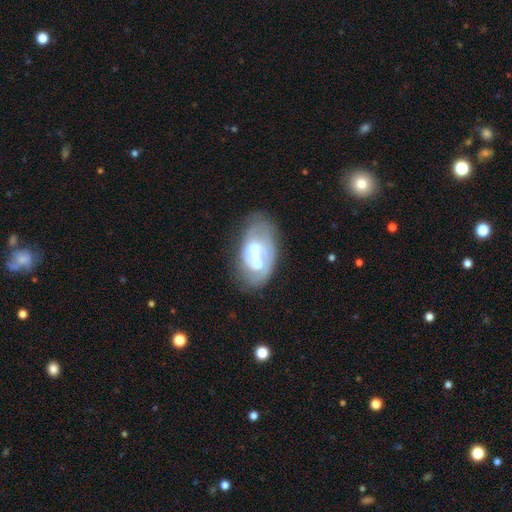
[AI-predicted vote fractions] Q: Smooth or featured?
A: featured or disk (67%); runner-up: smooth (26%)
Q: Edge-on disk?
A: no (95%); runner-up: yes (5%)
Q: Bar?
A: weak (41%); runner-up: strong (39%)
Q: Spiral arms?
A: yes (64%); runner-up: no (36%)
Q: Bulge size?
A: moderate (36%); runner-up: small (32%)
Q: Merging?
A: none (49%); runner-up: minor disturbance (26%)